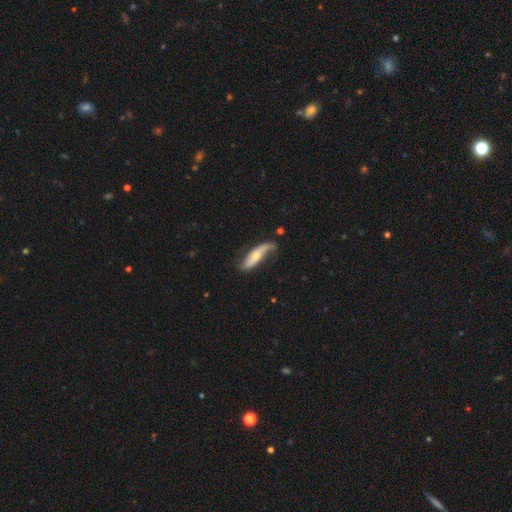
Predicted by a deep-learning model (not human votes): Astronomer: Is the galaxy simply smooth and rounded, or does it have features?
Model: featured or disk — 63%.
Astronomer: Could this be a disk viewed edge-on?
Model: no — 73%.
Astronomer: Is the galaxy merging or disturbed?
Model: none — 55%.